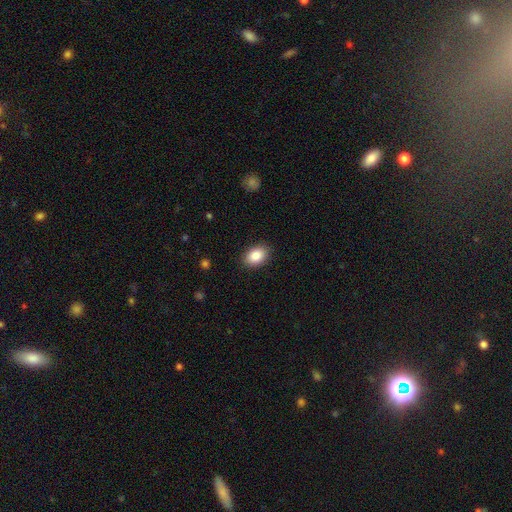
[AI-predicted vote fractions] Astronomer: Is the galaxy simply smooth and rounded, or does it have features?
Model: smooth — 87%.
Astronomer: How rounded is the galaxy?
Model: in between — 84%.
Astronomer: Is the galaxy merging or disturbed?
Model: none — 88%.